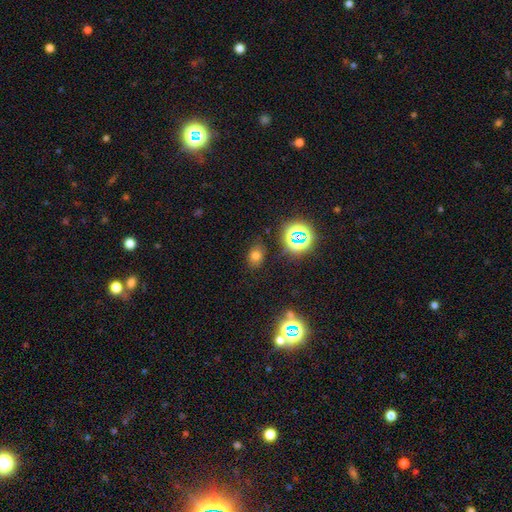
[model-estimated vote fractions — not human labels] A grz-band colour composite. It shows a smooth galaxy with no disk features (66%) that is in between round and cigar-shaped (64%). Merging: none (81%).